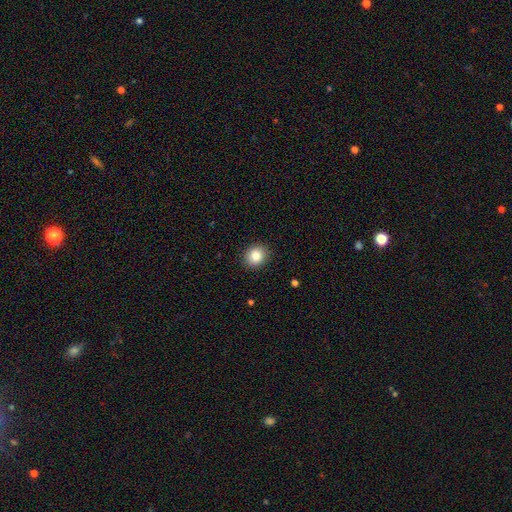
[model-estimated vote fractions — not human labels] The model was most divided on "how rounded": round: 73%, in between: 26%, cigar-shaped: 1%. More confident: merging — none (90%); smooth or featured — smooth (83%).